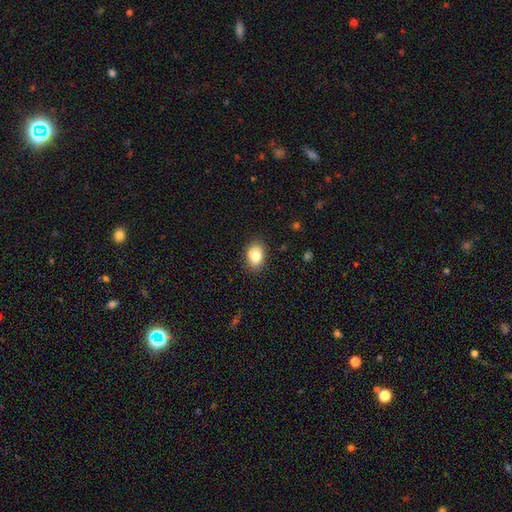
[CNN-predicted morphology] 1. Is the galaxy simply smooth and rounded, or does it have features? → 83% smooth, 9% star or artifact, 8% featured or disk.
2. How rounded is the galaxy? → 75% in between, 24% round, 1% cigar-shaped.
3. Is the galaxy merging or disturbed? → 86% none, 10% minor disturbance, 2% major disturbance, 1% merger.